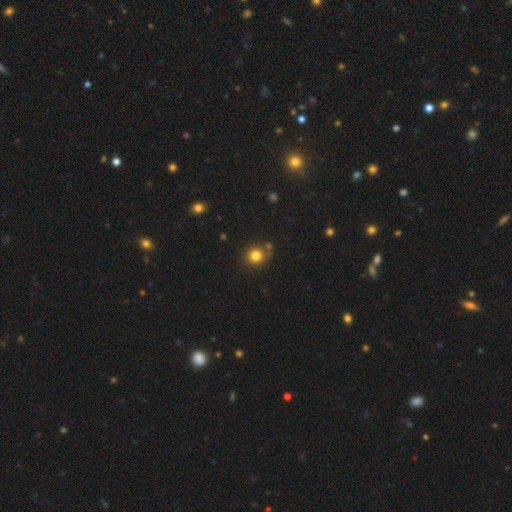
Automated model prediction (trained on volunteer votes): Overall: smooth (81%). How rounded: round (87%). Merging: none (73%).